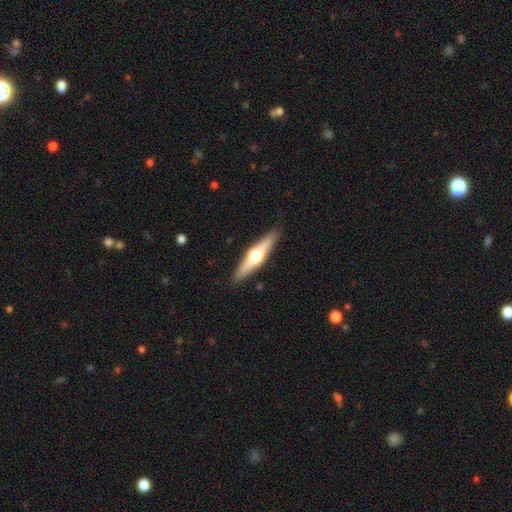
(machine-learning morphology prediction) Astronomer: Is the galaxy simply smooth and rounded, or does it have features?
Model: featured or disk — 62%.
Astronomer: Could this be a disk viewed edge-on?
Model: yes — 96%.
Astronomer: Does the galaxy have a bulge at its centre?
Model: rounded — 95%.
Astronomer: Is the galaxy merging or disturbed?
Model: none — 89%.